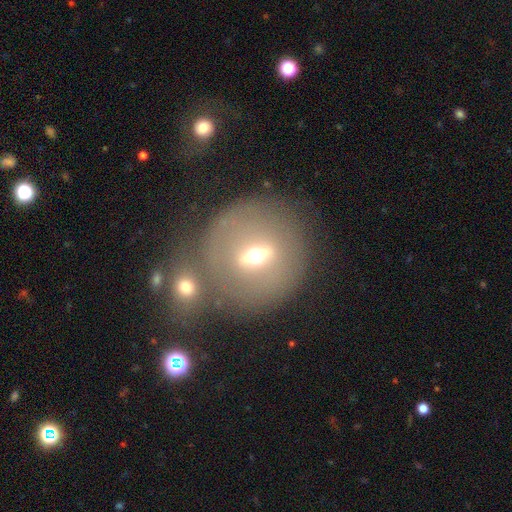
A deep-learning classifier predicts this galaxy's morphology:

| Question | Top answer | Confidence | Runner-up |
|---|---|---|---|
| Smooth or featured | featured or disk | 54% | smooth (35%) |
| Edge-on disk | no | 71% | yes (29%) |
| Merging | none | 61% | merger (21%) |